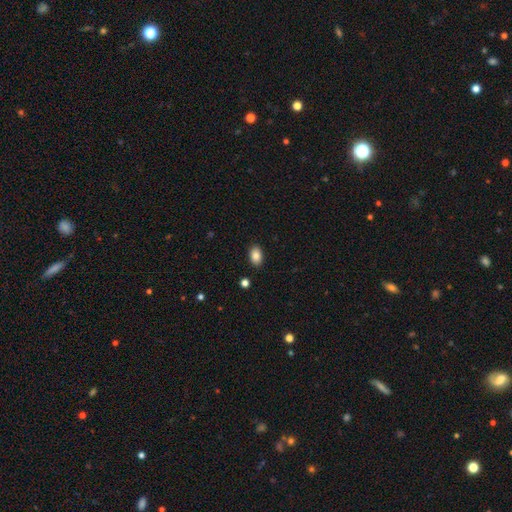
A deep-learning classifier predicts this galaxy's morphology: Smooth or featured: smooth — 86% (star or artifact — 9%)
How rounded: in between — 87% (round — 12%)
Merging: none — 89% (minor disturbance — 8%)